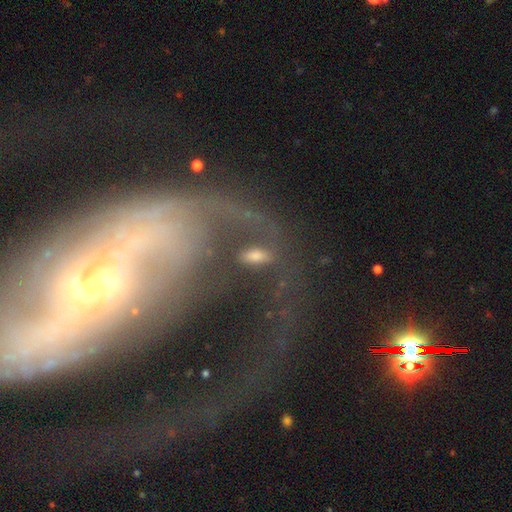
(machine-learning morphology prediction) type=featured or disk (66%); edge-on=no (89%); bar=no (50%); spiral arms=yes (64%); bulge=moderate (47%); merging=major disturbance (45%).